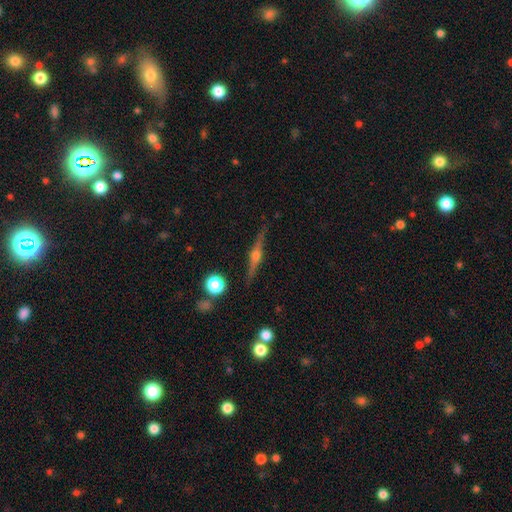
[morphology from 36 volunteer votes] smooth-or-featured: featured or disk: 86% | smooth: 11% | star or artifact: 3%
  disk-edge-on: yes: 100% | no: 0%
    edge-on-bulge: rounded: 87% | boxy: 10% | none: 3%
  merging: none: 86% | minor disturbance: 14% | major disturbance: 0% | merger: 0%